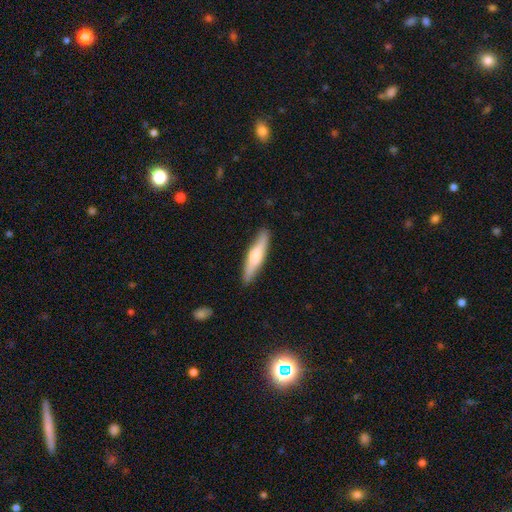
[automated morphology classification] This appears to be a smooth galaxy with no disk features (57%) that is cigar-shaped (82%). Merging: none (85%).